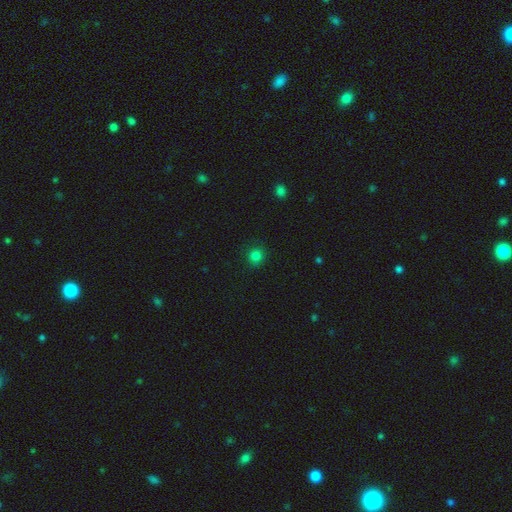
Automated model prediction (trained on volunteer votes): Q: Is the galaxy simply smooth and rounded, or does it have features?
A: smooth — 81%.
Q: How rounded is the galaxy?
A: round — 89%.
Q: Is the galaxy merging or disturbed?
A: none — 89%.